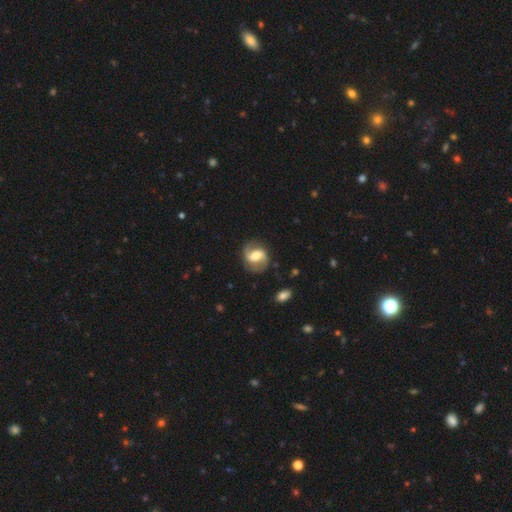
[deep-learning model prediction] This is likely a featured or disk galaxy (77%). It is clearly not viewed edge-on (97%). Bar: possibly weak (45%). Spiral arm pattern: clearly yes (91%). Spiral arm count: clearly 2 (90%). Spiral winding: possibly medium (46%). Central bulge: possibly moderate (57%). Merging: likely none (80%).